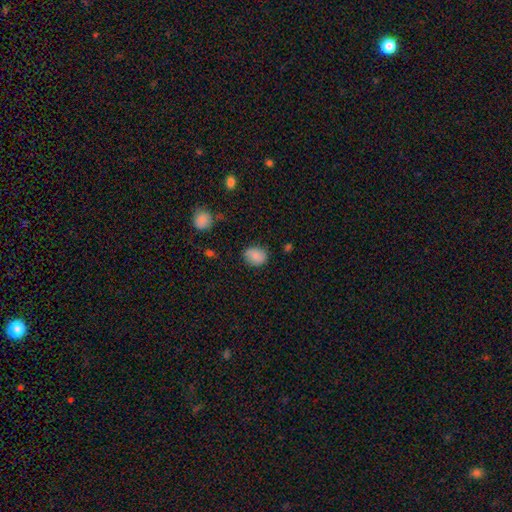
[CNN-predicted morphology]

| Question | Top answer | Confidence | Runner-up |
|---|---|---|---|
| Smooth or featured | smooth | 83% | star or artifact (9%) |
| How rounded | in between | 52% | round (47%) |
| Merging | none | 80% | minor disturbance (16%) |